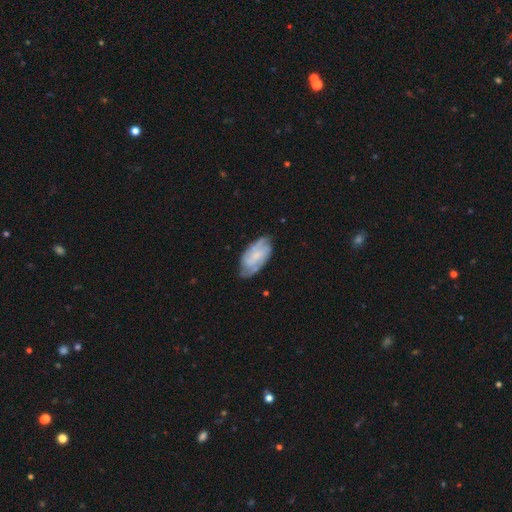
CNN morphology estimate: Smooth or featured?
  - featured or disk: 66% *
  - smooth: 28%
  - star or artifact: 6%
Edge-on disk?
  - no: 95% *
  - yes: 5%
Bar?
  - weak: 45% *
  - no: 39%
  - strong: 16%
Spiral arms?
  - yes: 87% *
  - no: 13%
Spiral winding?
  - tight: 43% *
  - medium: 41%
  - loose: 16%
Spiral arm count?
  - 2: 51% *
  - can't tell: 29%
  - 3: 12%
  - 4: 4%
  - 1: 3%
  - more than 4: 2%
Bulge size?
  - small: 58% *
  - none: 20%
  - moderate: 19%
  - large: 2%
  - dominant: 1%
Merging?
  - none: 67% *
  - minor disturbance: 25%
  - major disturbance: 7%
  - merger: 2%